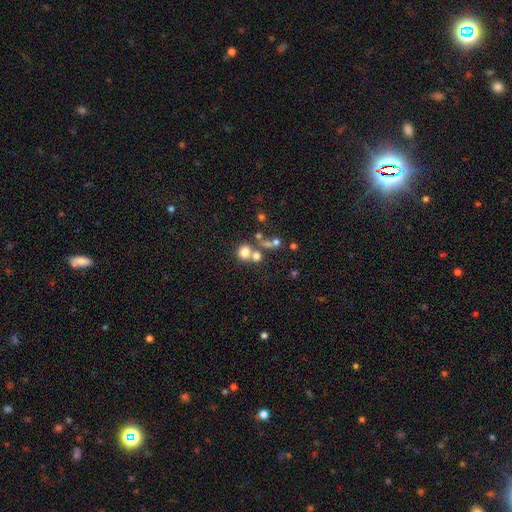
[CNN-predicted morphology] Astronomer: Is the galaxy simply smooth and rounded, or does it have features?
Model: smooth — 70%.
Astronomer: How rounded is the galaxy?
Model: round — 81%.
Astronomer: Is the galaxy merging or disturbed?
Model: none — 47% (runner-up: merger, 40%).